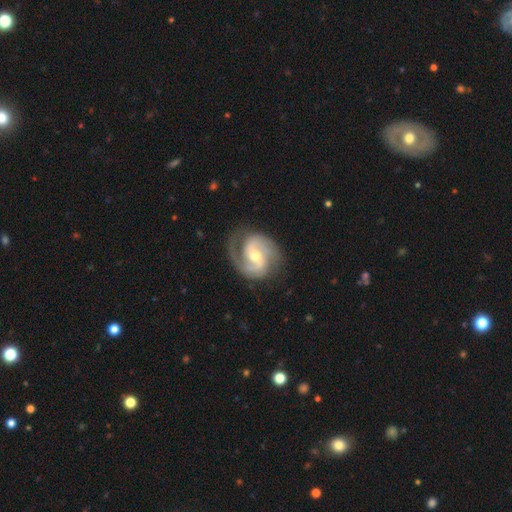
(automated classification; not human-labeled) smooth_or_featured: featured or disk (p=0.90) [alt: smooth p=0.06]
disk_edge_on: no (p=0.98) [alt: yes p=0.02]
bar: weak (p=0.47) [alt: no p=0.36]
has_spiral_arms: yes (p=0.98) [alt: no p=0.02]
spiral_winding: medium (p=0.51) [alt: tight p=0.36]
spiral_arm_count: 2 (p=0.81) [alt: 3 p=0.08]
bulge_size: moderate (p=0.64) [alt: small p=0.31]
merging: none (p=0.77) [alt: minor disturbance p=0.15]